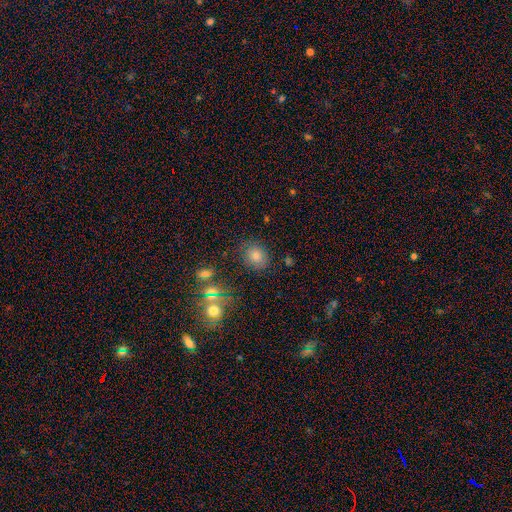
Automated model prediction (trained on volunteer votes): smooth-or-featured: smooth: 70% | star or artifact: 20% | featured or disk: 10%
  how-rounded: round: 59% | in between: 40% | cigar-shaped: 1%
  merging: none: 80% | minor disturbance: 12% | major disturbance: 4% | merger: 3%